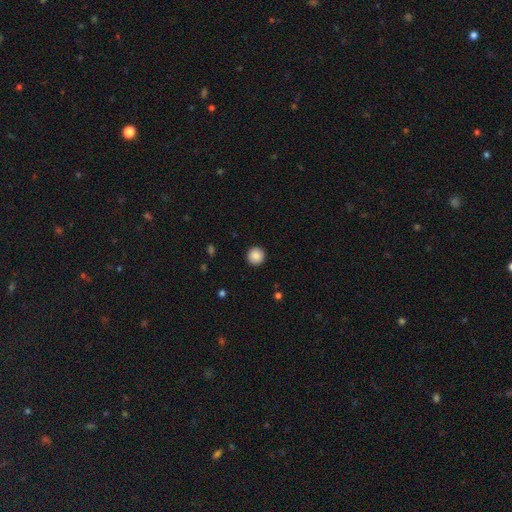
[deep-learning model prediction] Smooth or featured? Predicted: smooth (p=0.88). How rounded? Predicted: round (p=0.95). Merging? Predicted: none (p=0.93).